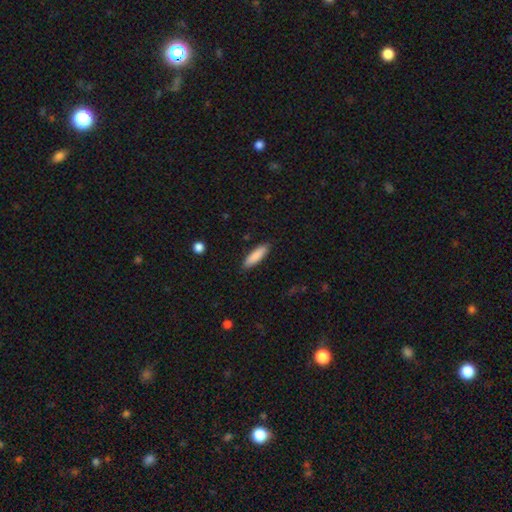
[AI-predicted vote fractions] Q: Smooth or featured?
A: smooth (86%); runner-up: featured or disk (8%)
Q: How rounded?
A: cigar-shaped (64%); runner-up: in between (35%)
Q: Merging?
A: none (88%); runner-up: minor disturbance (9%)